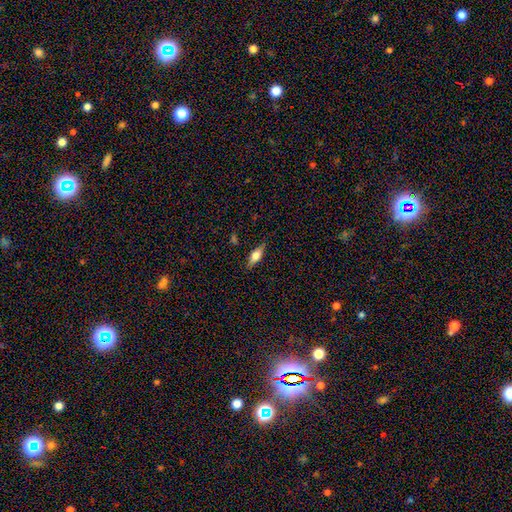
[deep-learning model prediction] Overall: smooth (65%; featured or disk 27%). How rounded: in between (69%). Merging: none (83%).